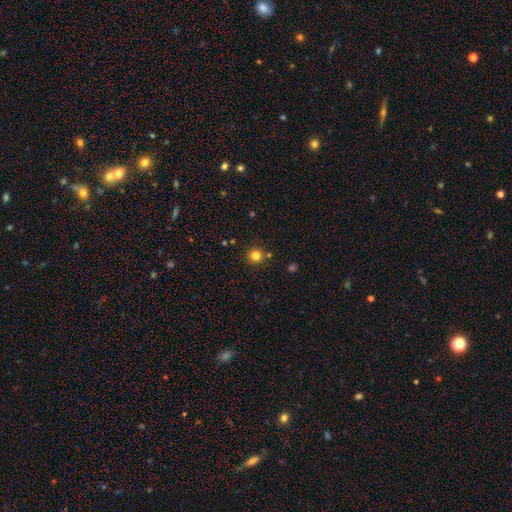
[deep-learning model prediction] This appears to be a smooth galaxy with no disk features (81%) that is round (95%). Merging: none (86%).